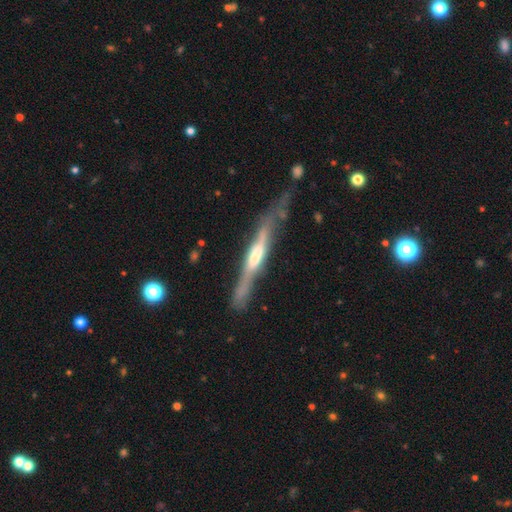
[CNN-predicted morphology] This is likely a featured or disk galaxy (74%). It is clearly viewed edge-on (91%). Edge-on bulge: possibly rounded (49%). Merging: possibly none (56%).